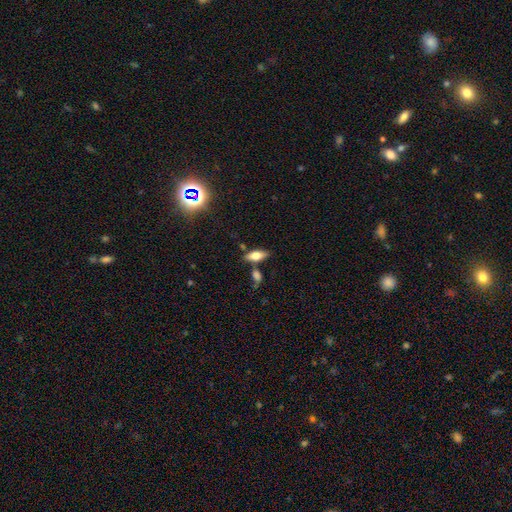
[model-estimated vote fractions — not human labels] smooth_or_featured: smooth (p=0.64) [alt: featured or disk p=0.27]
how_rounded: in between (p=0.75) [alt: cigar-shaped p=0.22]
merging: none (p=0.73) [alt: minor disturbance p=0.13]